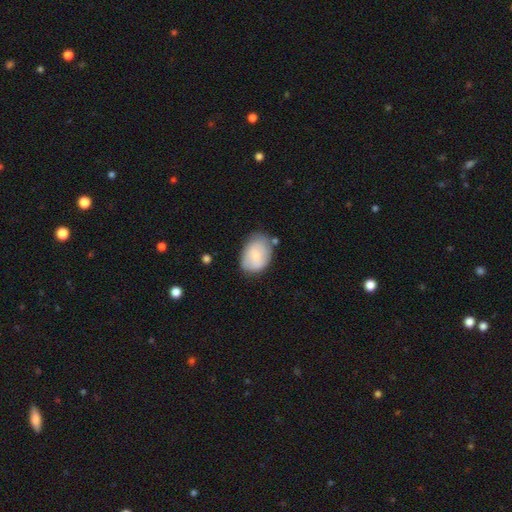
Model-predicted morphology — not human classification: type=smooth (70%); roundness=in between (81%); merging=none (67%).